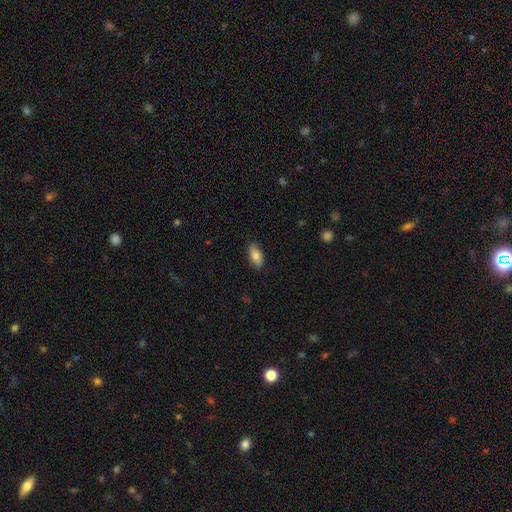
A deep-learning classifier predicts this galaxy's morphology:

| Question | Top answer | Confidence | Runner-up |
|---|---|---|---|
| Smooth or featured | smooth | 82% | featured or disk (12%) |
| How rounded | in between | 88% | cigar-shaped (9%) |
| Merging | none | 84% | minor disturbance (13%) |